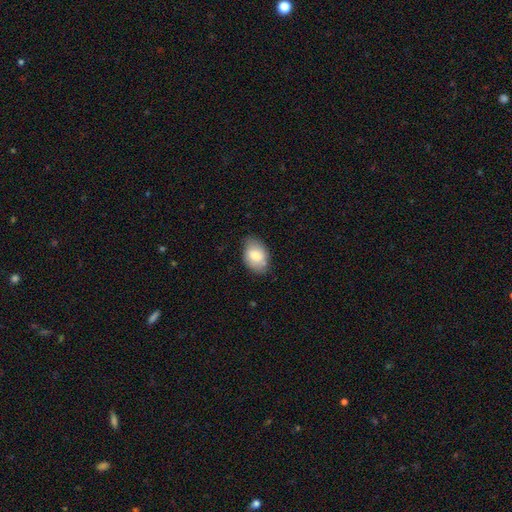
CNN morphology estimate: A smooth galaxy with no disk features (79%) that is in between round and cigar-shaped (86%).

Vote fractions:
- Smooth or featured? smooth: 79% / featured or disk: 14% / star or artifact: 7%
- How rounded? in between: 86% / round: 13% / cigar-shaped: 1%
- Merging? none: 72% / minor disturbance: 22% / major disturbance: 4% / merger: 2%